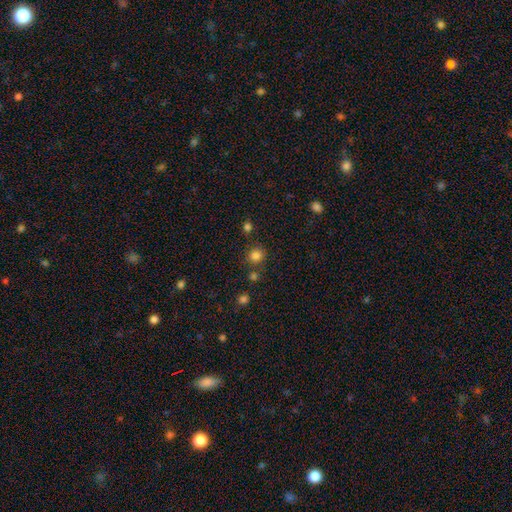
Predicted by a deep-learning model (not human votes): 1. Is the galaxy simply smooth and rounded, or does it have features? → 82% smooth, 14% star or artifact, 4% featured or disk.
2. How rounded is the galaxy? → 90% round, 9% in between, 1% cigar-shaped.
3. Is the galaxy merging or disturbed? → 79% none, 9% minor disturbance, 9% merger, 3% major disturbance.